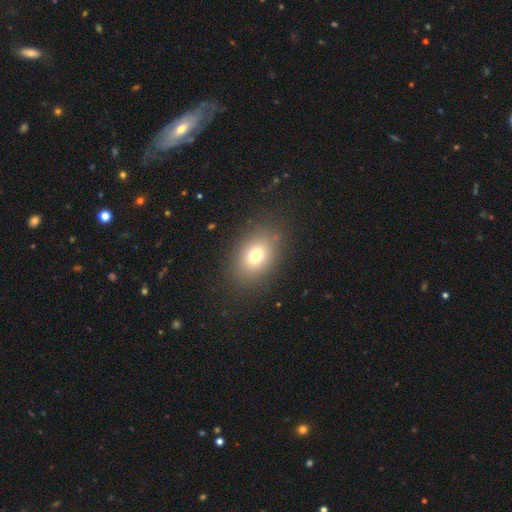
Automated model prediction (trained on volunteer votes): The model was most divided on "how rounded": in between: 71%, round: 28%, cigar-shaped: 1%. More confident: merging — none (84%); smooth or featured — smooth (73%).